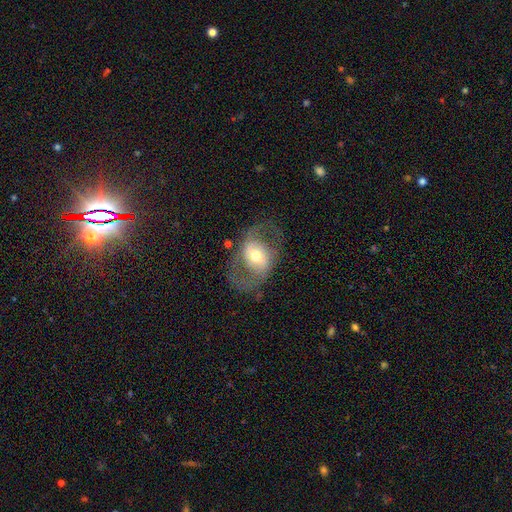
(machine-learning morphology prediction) Smooth or featured? Predicted: featured or disk (p=0.70). Edge-on disk? Predicted: no (p=0.95). Bar? Predicted: no (p=0.40). Spiral arms? Predicted: yes (p=0.68). Bulge size? Predicted: moderate (p=0.65). Merging? Predicted: none (p=0.67).